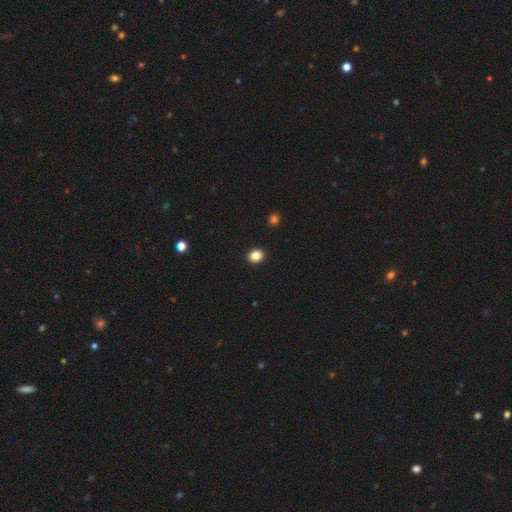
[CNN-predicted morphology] This is clearly a smooth galaxy (86%). How rounded: possibly round (58%). Merging: clearly none (92%).